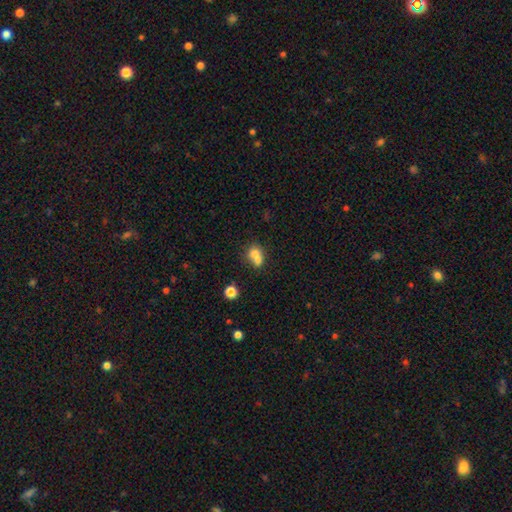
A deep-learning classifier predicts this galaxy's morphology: A smooth galaxy with no disk features (69%) that is round (64%).

Vote fractions:
- Smooth or featured? smooth: 69% / featured or disk: 19% / star or artifact: 12%
- How rounded? round: 64% / in between: 35% / cigar-shaped: 1%
- Merging? merger: 64% / none: 26% / minor disturbance: 6% / major disturbance: 3%